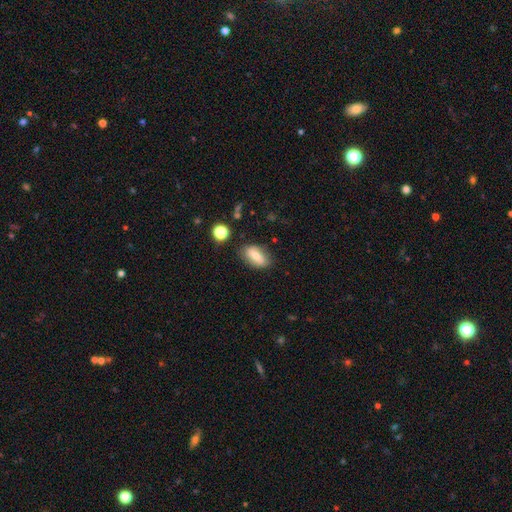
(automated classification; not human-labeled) A smooth galaxy with no disk features (68%) that is in between round and cigar-shaped (87%). Merging: none (79%).